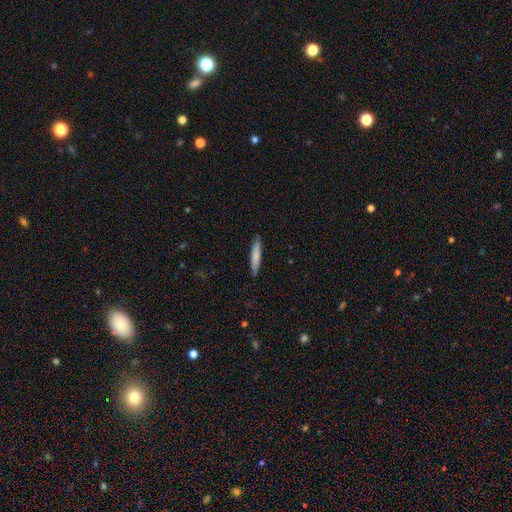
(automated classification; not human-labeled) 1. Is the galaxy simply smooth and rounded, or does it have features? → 76% smooth, 18% featured or disk, 6% star or artifact.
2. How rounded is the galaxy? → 91% cigar-shaped, 8% in between, 1% round.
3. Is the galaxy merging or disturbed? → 88% none, 9% minor disturbance, 2% major disturbance, 1% merger.